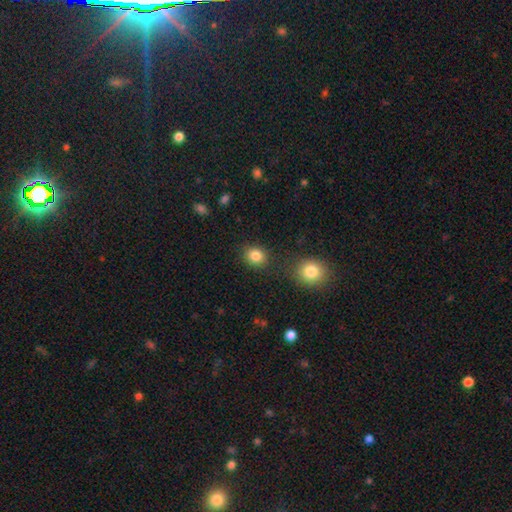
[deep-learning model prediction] Morphology: type=smooth (85%); roundness=round (66%); merging=none (82%).